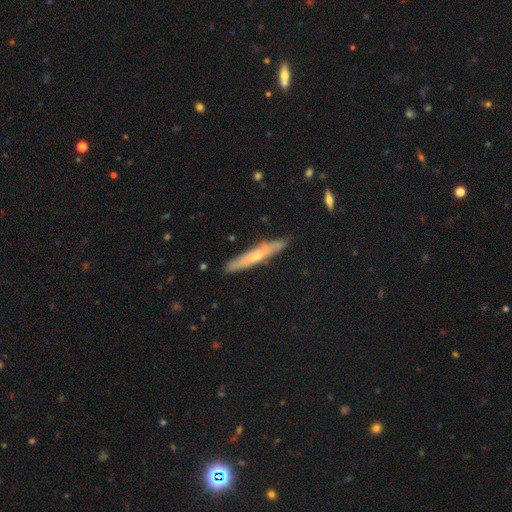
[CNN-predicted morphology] This appears to be a featured or disk galaxy (50%). Merging: none (86%).